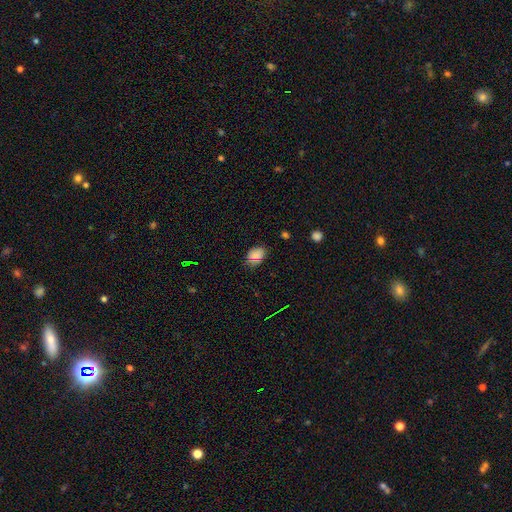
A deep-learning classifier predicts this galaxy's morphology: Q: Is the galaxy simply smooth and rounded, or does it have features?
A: smooth — 75%.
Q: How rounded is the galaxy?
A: in between — 79%.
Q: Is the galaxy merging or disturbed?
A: none — 75%.